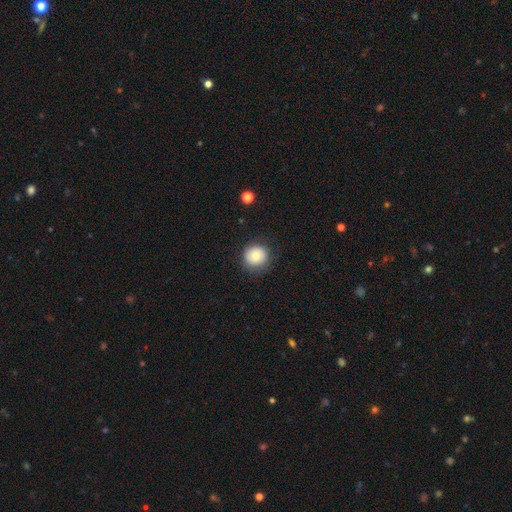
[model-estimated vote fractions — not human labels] smooth_or_featured: smooth (p=0.76) [alt: featured or disk p=0.15]
how_rounded: round (p=0.93) [alt: in between p=0.06]
merging: none (p=0.85) [alt: minor disturbance p=0.11]